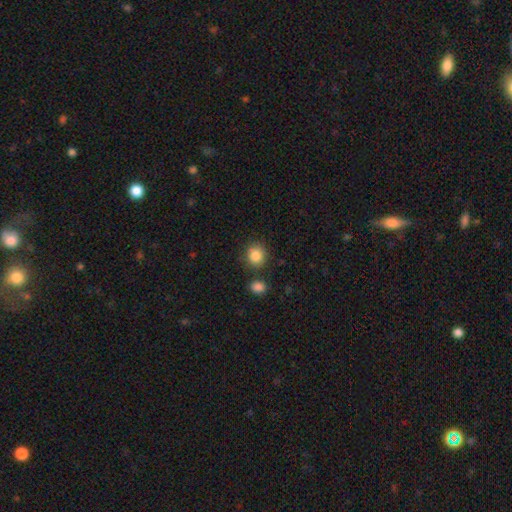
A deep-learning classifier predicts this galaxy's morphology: Overall: smooth (87%). How rounded: round (83%). Merging: none (79%).